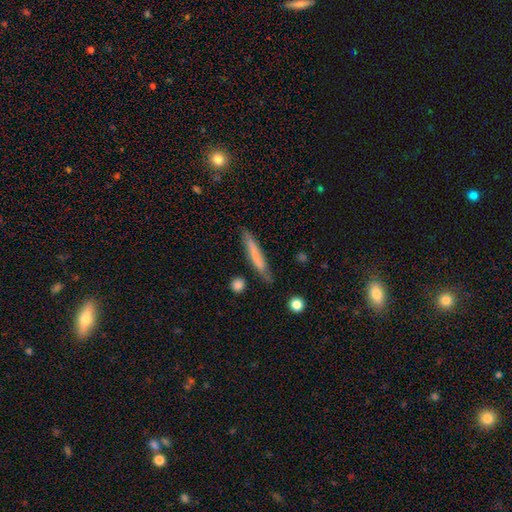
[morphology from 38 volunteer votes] Smooth or featured: smooth — 71% (featured or disk — 24%)
How rounded: cigar-shaped — 93% (in between — 7%)
Merging: none — 69% (minor disturbance — 28%)